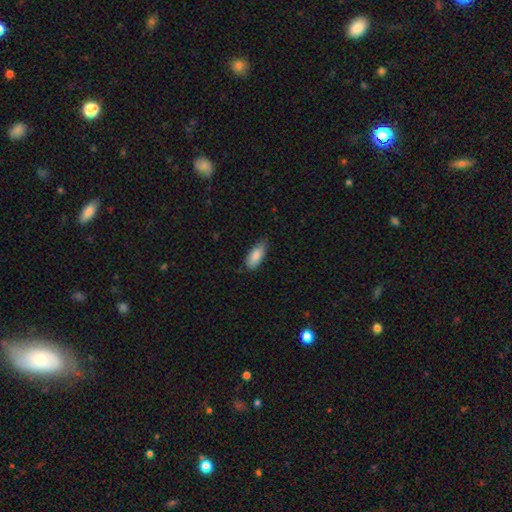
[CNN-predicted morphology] Smooth or featured?
  - smooth: 86% *
  - featured or disk: 8%
  - star or artifact: 6%
How rounded?
  - in between: 84% *
  - cigar-shaped: 15%
  - round: 2%
Merging?
  - none: 70% *
  - minor disturbance: 26%
  - major disturbance: 3%
  - merger: 1%